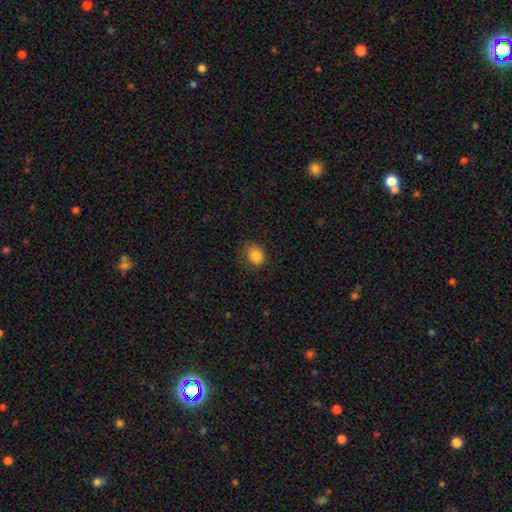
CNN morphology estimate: type=smooth (84%); roundness=round (50%); merging=none (70%).